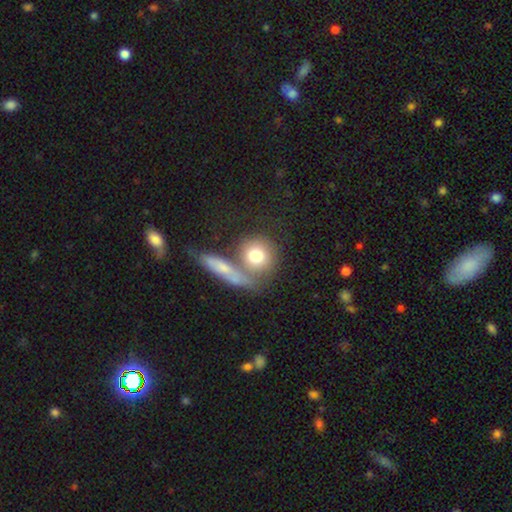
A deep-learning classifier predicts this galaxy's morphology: type=smooth (73%); roundness=round (82%); merging=none (48%).